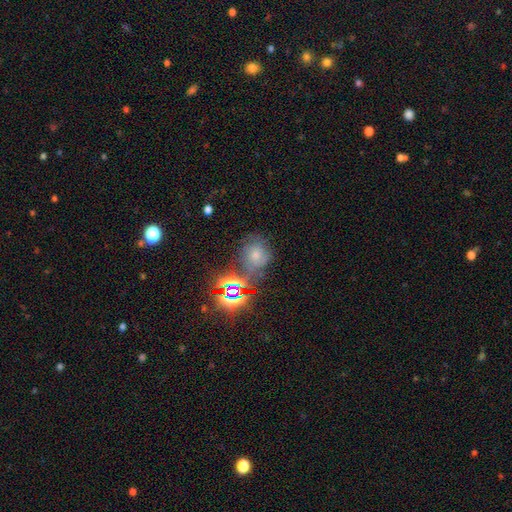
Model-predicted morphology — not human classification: Overall: smooth (42%; star or artifact 32%). Merging: none (55%; minor disturbance 21%).